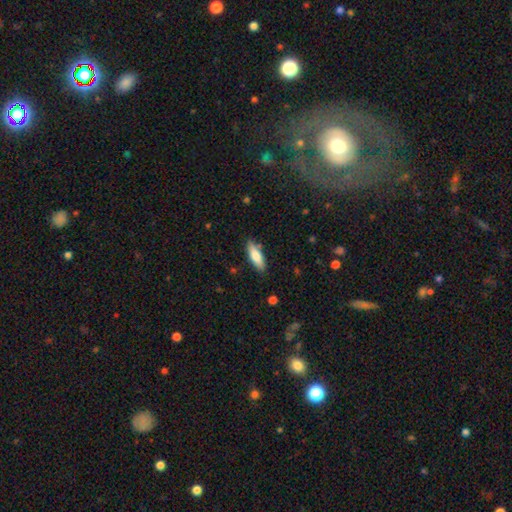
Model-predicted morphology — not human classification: A smooth galaxy with no disk features (76%) that is in between round and cigar-shaped (52%).

Vote fractions:
- Smooth or featured? smooth: 76% / featured or disk: 18% / star or artifact: 6%
- How rounded? in between: 52% / cigar-shaped: 46% / round: 2%
- Merging? none: 85% / minor disturbance: 11% / major disturbance: 2% / merger: 2%